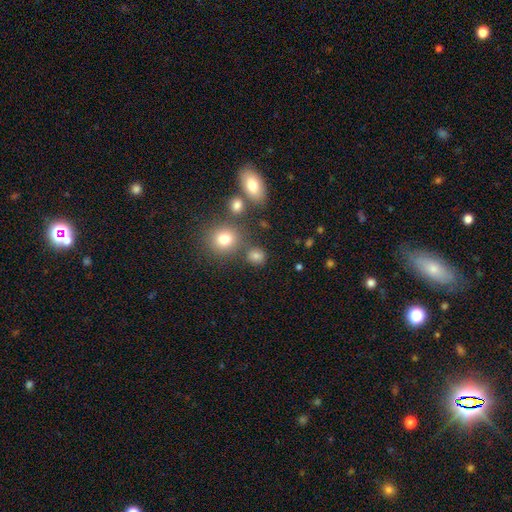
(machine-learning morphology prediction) This appears to be a smooth galaxy with no disk features (76%) that is round (77%). Merging: none (74%).